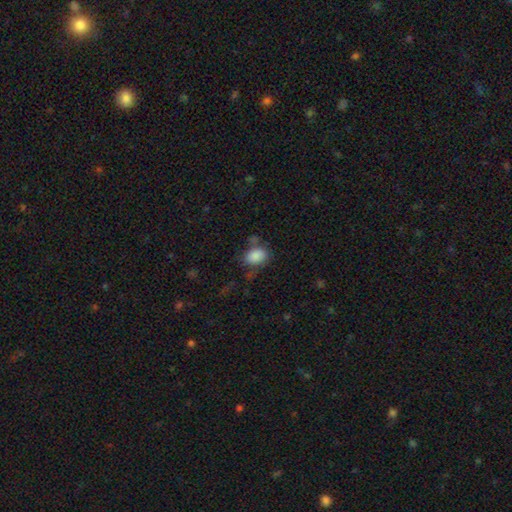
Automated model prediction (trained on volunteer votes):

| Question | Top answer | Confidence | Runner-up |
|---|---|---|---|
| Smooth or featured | smooth | 85% | star or artifact (9%) |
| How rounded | in between | 81% | round (18%) |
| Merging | none | 60% | minor disturbance (20%) |